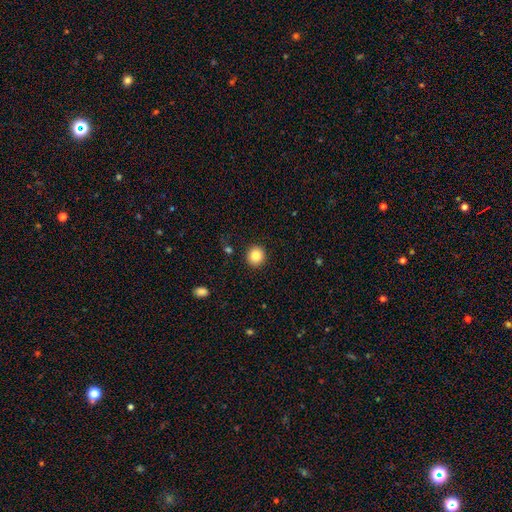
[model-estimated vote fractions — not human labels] Q: Smooth or featured?
A: smooth (84%); runner-up: star or artifact (10%)
Q: How rounded?
A: round (91%); runner-up: in between (9%)
Q: Merging?
A: none (91%); runner-up: minor disturbance (5%)